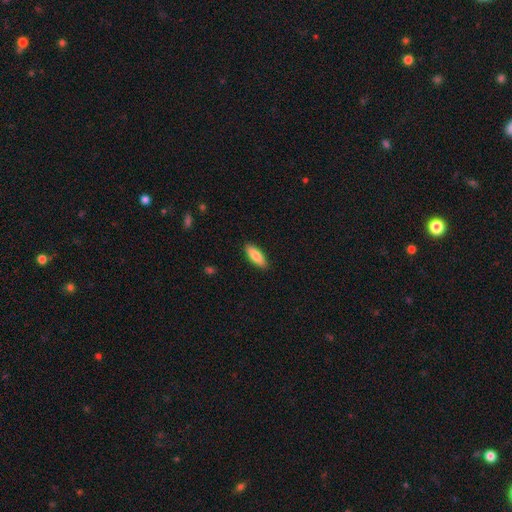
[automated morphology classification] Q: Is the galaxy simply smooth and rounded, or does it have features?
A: smooth — 84%.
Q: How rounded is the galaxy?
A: in between — 63%.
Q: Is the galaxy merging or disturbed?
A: none — 90%.